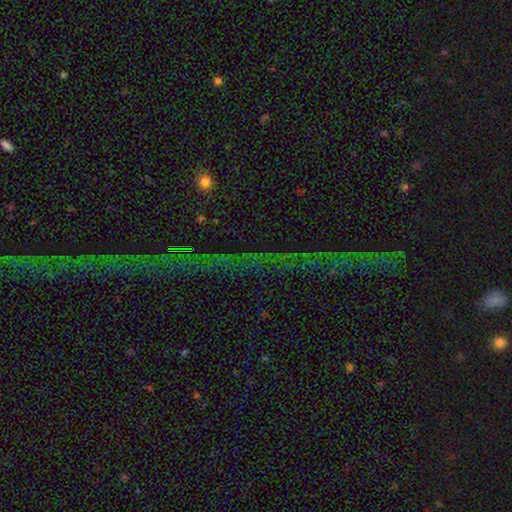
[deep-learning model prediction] Smooth or featured?
  - star or artifact: 72% *
  - smooth: 15%
  - featured or disk: 13%